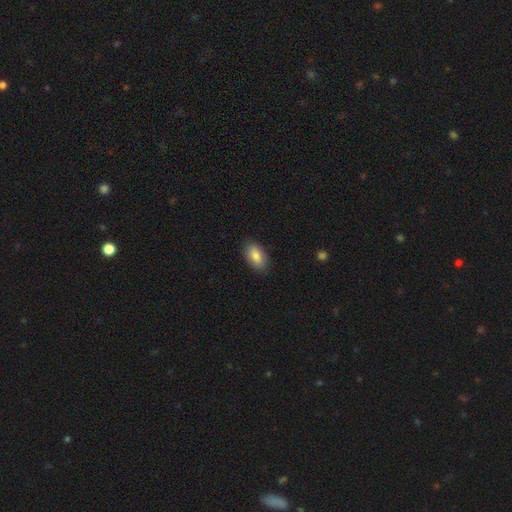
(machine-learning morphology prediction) smooth-or-featured: smooth: 85% | featured or disk: 9% | star or artifact: 7%
  how-rounded: in between: 92% | round: 4% | cigar-shaped: 3%
  merging: none: 87% | minor disturbance: 10% | major disturbance: 2% | merger: 1%